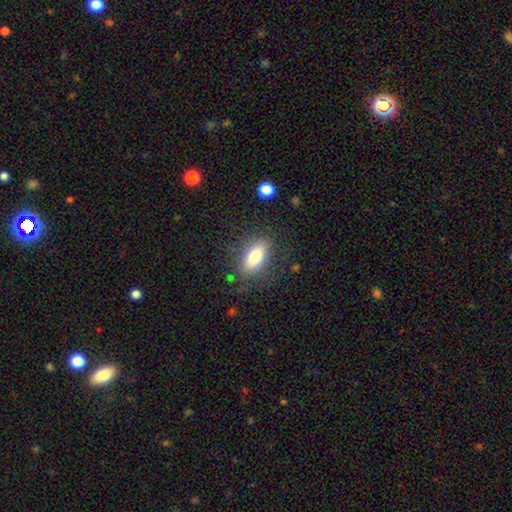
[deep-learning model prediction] The model was most divided on "smooth or featured": smooth: 76%, featured or disk: 16%, star or artifact: 8%. More confident: how rounded — in between (82%); merging — none (79%).